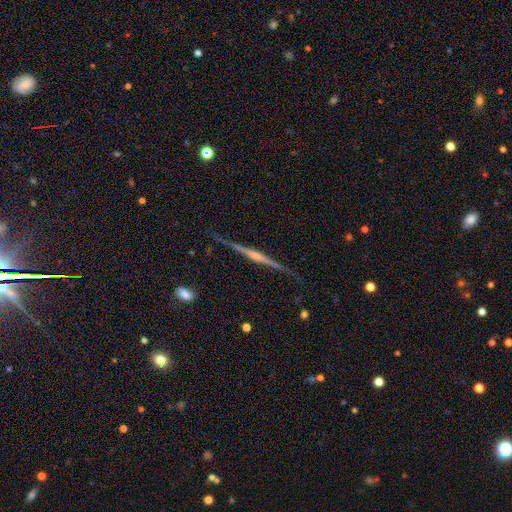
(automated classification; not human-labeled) Morphology: type=featured or disk (85%); edge-on=yes (98%); edge-on bulge=rounded (76%); merging=none (85%).